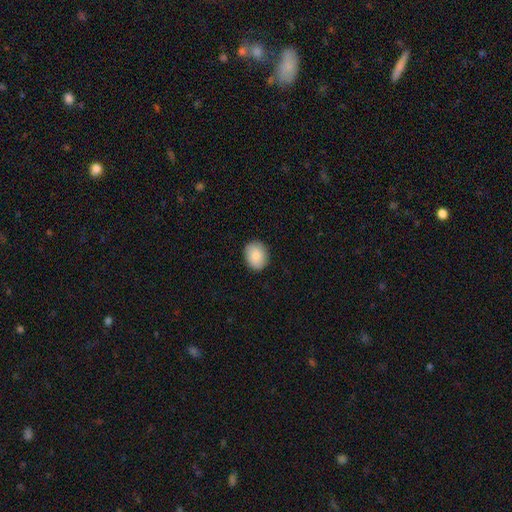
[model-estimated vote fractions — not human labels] Smooth or featured: smooth — 86% (featured or disk — 7%)
How rounded: in between — 57% (round — 43%)
Merging: none — 88% (minor disturbance — 9%)